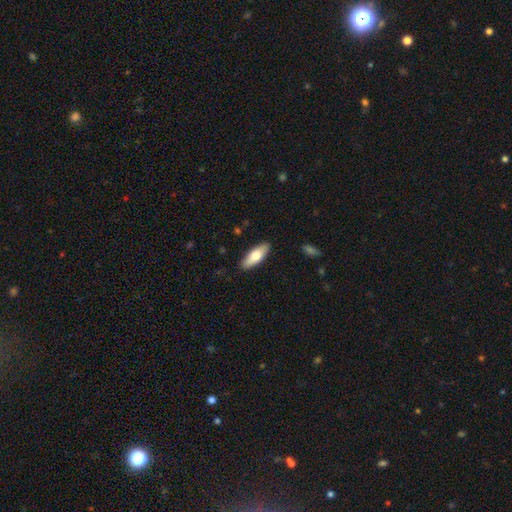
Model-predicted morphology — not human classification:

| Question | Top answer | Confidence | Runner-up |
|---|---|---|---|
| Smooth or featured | smooth | 70% | featured or disk (25%) |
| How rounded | in between | 69% | cigar-shaped (29%) |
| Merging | none | 89% | minor disturbance (8%) |